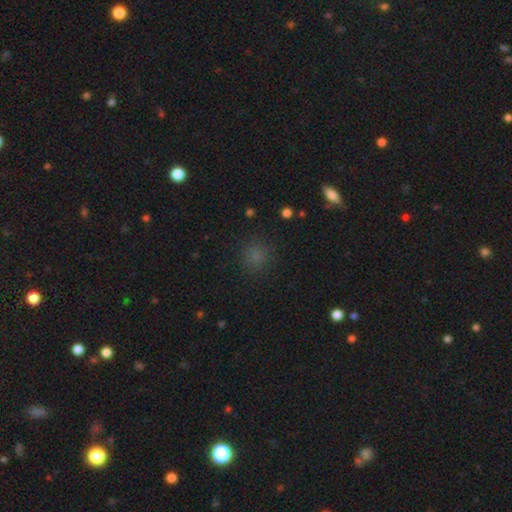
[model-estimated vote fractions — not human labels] A smooth galaxy with no disk features (75%) that is round (87%).

Vote fractions:
- Smooth or featured? smooth: 75% / star or artifact: 20% / featured or disk: 6%
- How rounded? round: 87% / in between: 12% / cigar-shaped: 1%
- Merging? none: 85% / minor disturbance: 10% / major disturbance: 4% / merger: 1%